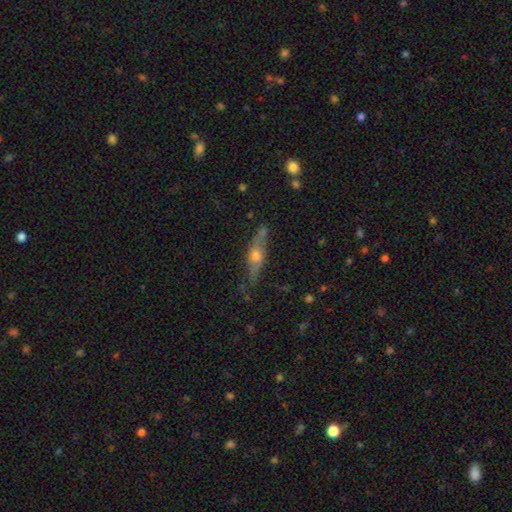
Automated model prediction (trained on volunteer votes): A featured or disk galaxy (62%) viewed edge-on (88%) with a rounded central bulge (92%).

Vote fractions:
- Smooth or featured? featured or disk: 62% / smooth: 30% / star or artifact: 8%
- Edge-on disk? yes: 88% / no: 12%
- Edge-on bulge? rounded: 92% / boxy: 4% / none: 4%
- Merging? none: 75% / minor disturbance: 17% / major disturbance: 4% / merger: 4%